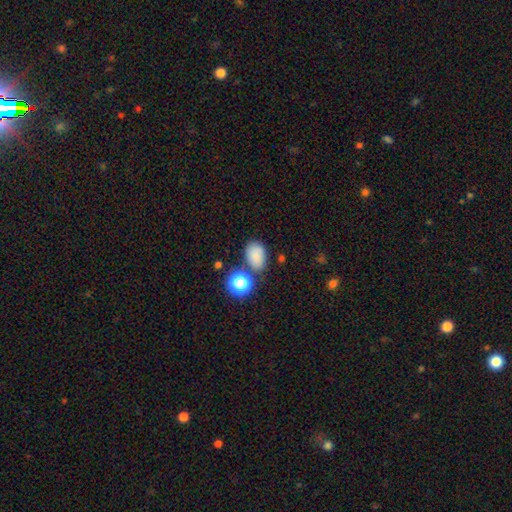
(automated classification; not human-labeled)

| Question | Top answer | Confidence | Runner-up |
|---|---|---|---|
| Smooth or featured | smooth | 79% | star or artifact (14%) |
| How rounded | in between | 75% | round (24%) |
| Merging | none | 67% | minor disturbance (17%) |